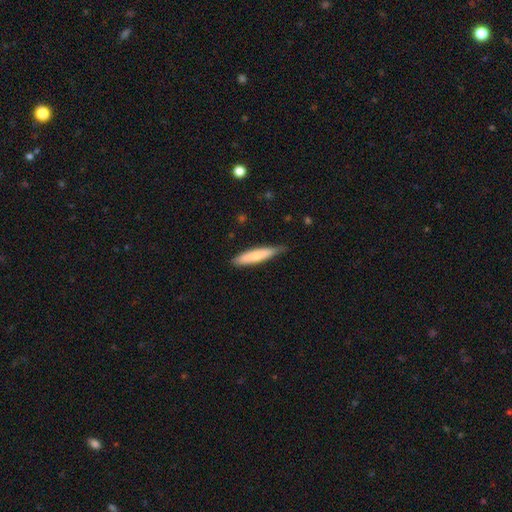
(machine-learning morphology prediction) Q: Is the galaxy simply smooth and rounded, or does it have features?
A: smooth — 70%.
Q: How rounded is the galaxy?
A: cigar-shaped — 87%.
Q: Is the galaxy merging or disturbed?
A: none — 77%.